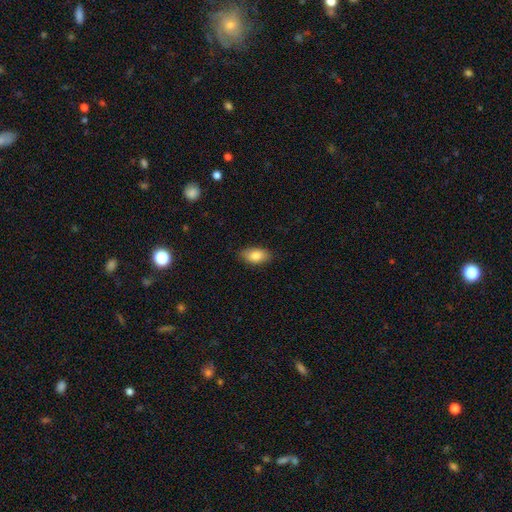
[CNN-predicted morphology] The model was most divided on "merging": none: 84%, minor disturbance: 13%, major disturbance: 2%, merger: 1%. More confident: how rounded — in between (91%); smooth or featured — smooth (83%).